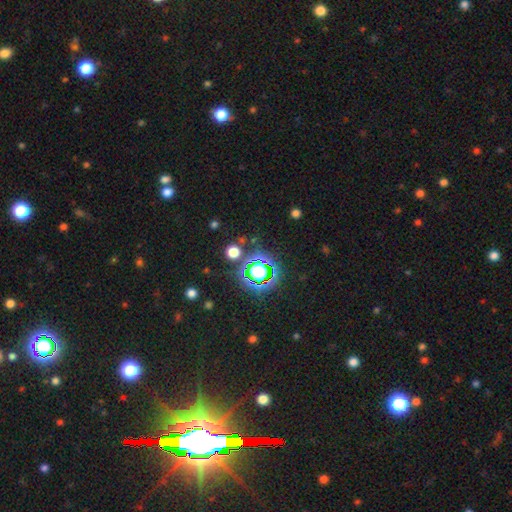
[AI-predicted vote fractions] Smooth or featured?
  - star or artifact: 82% *
  - smooth: 10%
  - featured or disk: 8%